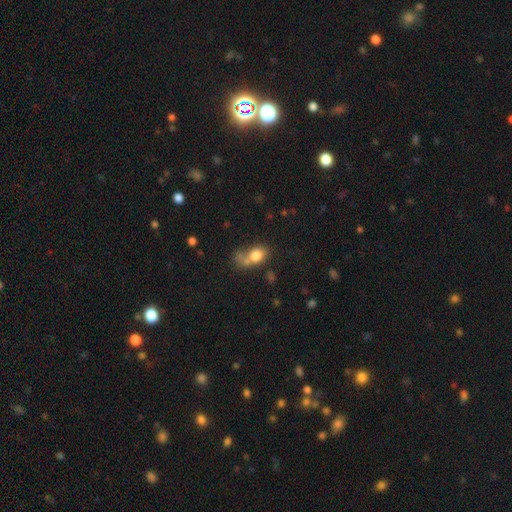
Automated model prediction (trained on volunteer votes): Overall: smooth (77%). How rounded: in between (64%; round 34%). Merging: merger (37%; none 30%).